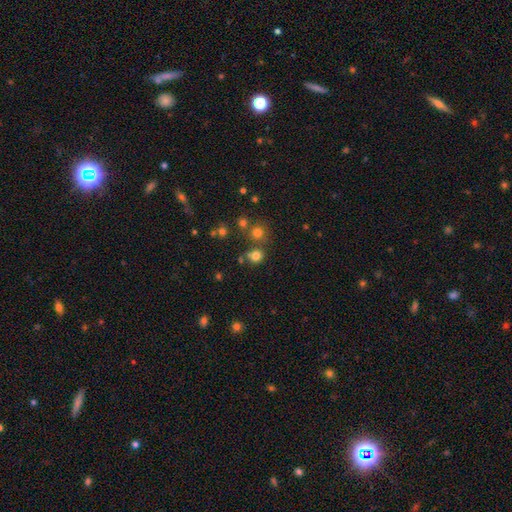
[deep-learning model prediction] Smooth or featured? smooth (75%)
How rounded? round (88%)
Merging? none (72%)